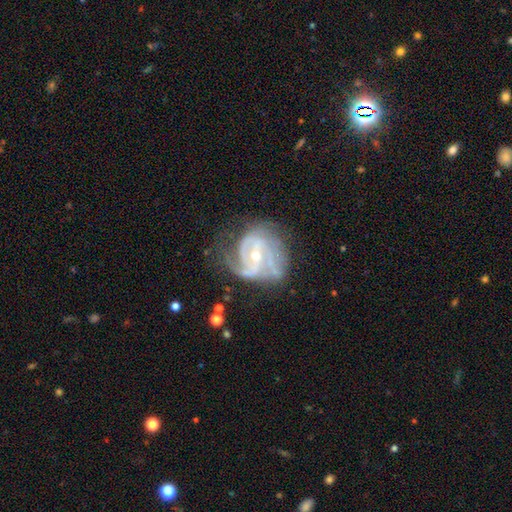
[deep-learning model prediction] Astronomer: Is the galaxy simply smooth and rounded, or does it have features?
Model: featured or disk — 87%.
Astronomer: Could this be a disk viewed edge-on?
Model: no — 98%.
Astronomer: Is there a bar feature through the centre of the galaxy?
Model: weak — 41% (runner-up: no, 39%).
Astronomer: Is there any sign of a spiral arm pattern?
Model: yes — 94%.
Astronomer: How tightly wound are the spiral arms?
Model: tight — 47% (runner-up: medium, 41%).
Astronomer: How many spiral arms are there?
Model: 3 — 29% (runner-up: 2, 27%).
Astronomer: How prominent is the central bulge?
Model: small — 63%.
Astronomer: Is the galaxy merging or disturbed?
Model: none — 48% (runner-up: minor disturbance, 25%).